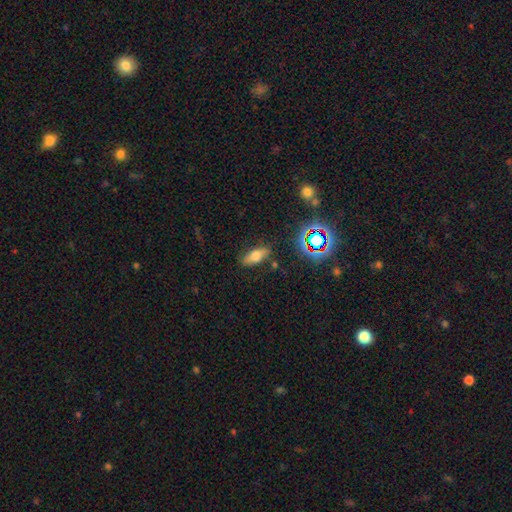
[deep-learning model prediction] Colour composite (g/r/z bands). It shows a smooth galaxy with no disk features (62%) that is in between round and cigar-shaped (74%). Merging: none (81%).